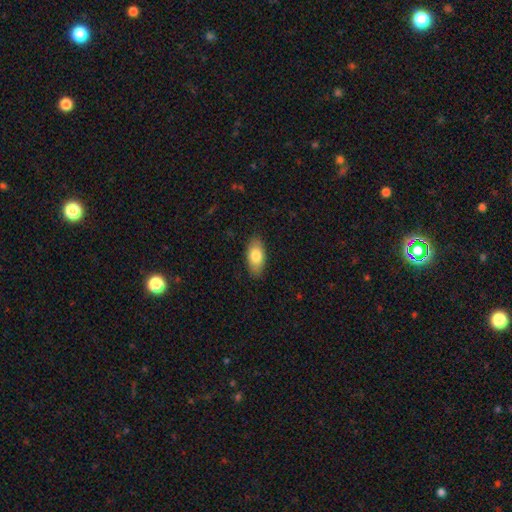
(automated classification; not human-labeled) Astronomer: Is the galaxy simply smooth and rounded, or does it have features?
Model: smooth — 80%.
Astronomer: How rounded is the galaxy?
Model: in between — 91%.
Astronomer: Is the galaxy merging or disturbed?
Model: none — 87%.